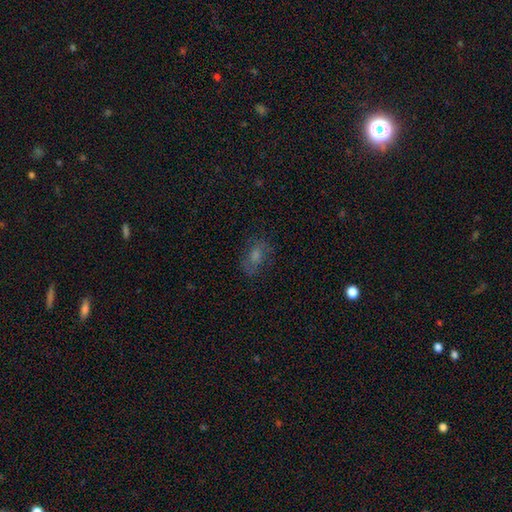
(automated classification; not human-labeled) Smooth or featured? Predicted: smooth (p=0.53). How rounded? Predicted: in between (p=0.75). Merging? Predicted: none (p=0.68).